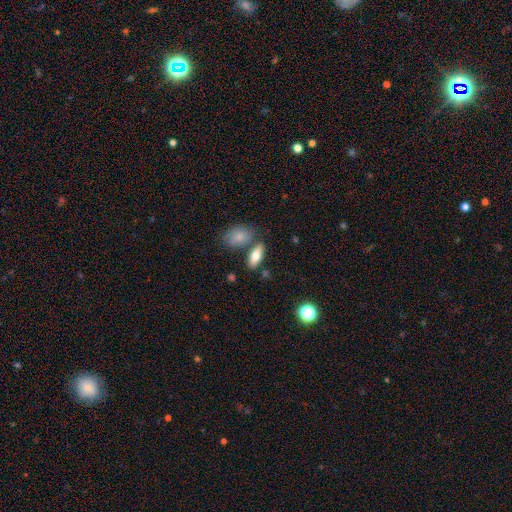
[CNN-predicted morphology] A smooth galaxy with no disk features (77%) that is in between round and cigar-shaped (77%).

Vote fractions:
- Smooth or featured? smooth: 77% / featured or disk: 16% / star or artifact: 7%
- How rounded? in between: 77% / cigar-shaped: 19% / round: 4%
- Merging? none: 70% / merger: 15% / minor disturbance: 12% / major disturbance: 4%